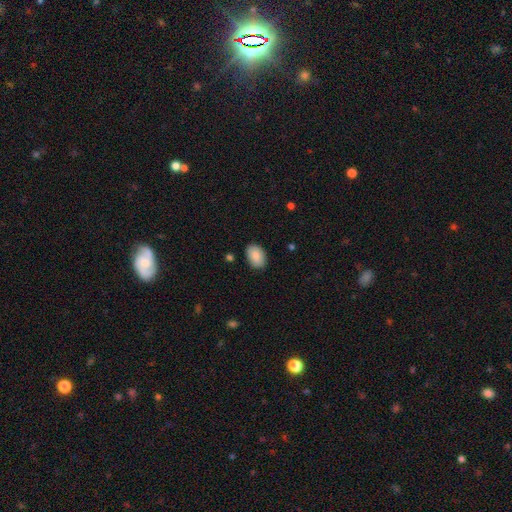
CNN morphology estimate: Smooth or featured? Predicted: smooth (p=0.88). How rounded? Predicted: in between (p=0.85). Merging? Predicted: none (p=0.86).